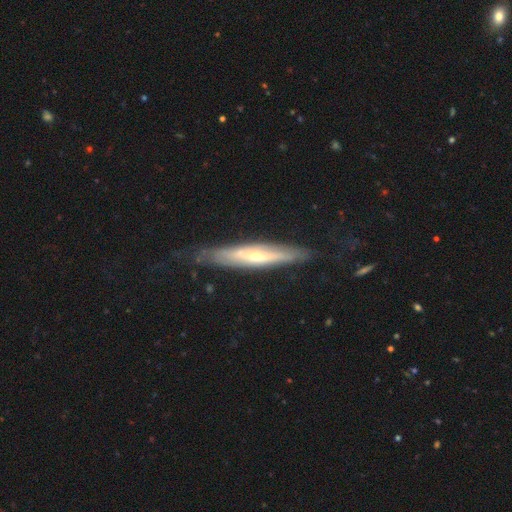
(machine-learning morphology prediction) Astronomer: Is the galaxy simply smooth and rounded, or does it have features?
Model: featured or disk — 63%.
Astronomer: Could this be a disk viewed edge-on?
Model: yes — 76%.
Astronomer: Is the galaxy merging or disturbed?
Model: none — 76%.